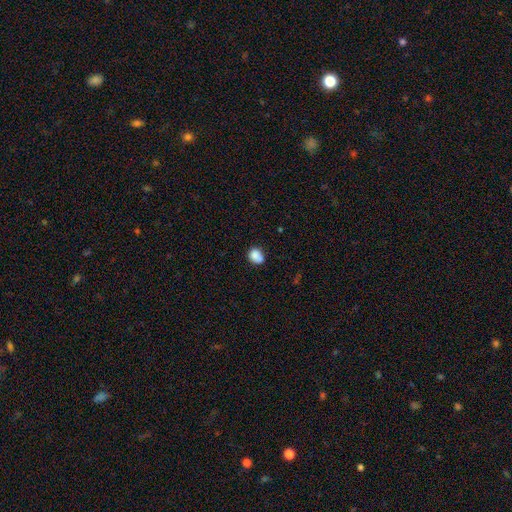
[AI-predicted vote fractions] smooth-or-featured: smooth: 83% | star or artifact: 10% | featured or disk: 7%
  how-rounded: round: 57% | in between: 42% | cigar-shaped: 1%
  merging: none: 59% | minor disturbance: 24% | merger: 11% | major disturbance: 6%